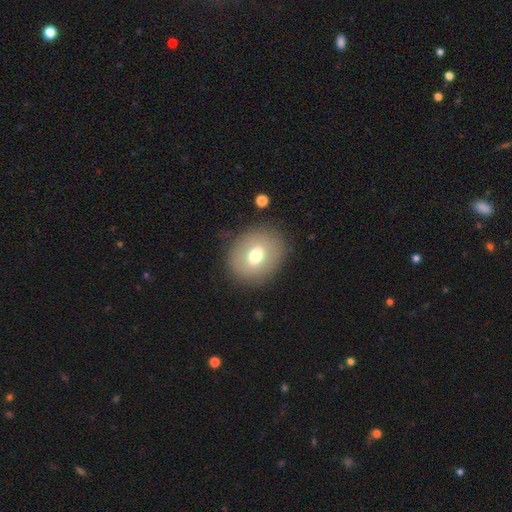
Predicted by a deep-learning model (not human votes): This is likely a smooth galaxy (66%). How rounded: likely round (62%). Merging: clearly none (84%).